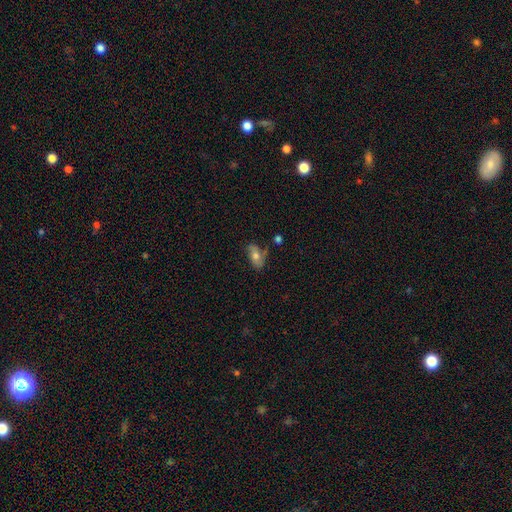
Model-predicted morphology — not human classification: Smooth or featured? Predicted: smooth (p=0.54). How rounded? Predicted: in between (p=0.86). Merging? Predicted: none (p=0.49).